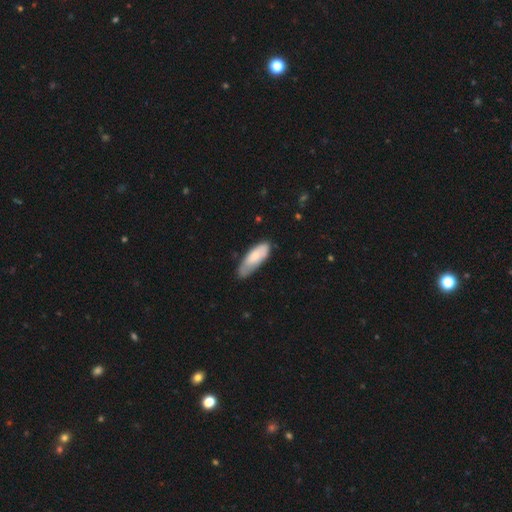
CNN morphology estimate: The model was most divided on "merging": none: 56%, minor disturbance: 33%, major disturbance: 8%, merger: 3%. More confident: smooth or featured — smooth (73%); how rounded — in between (65%).